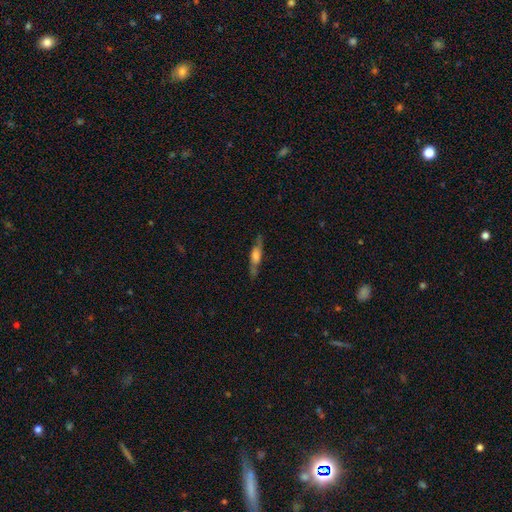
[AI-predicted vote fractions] featured or disk 56%, smooth 37%, star or artifact 7%. Down the decision tree: edge-on disk — yes (75%); merging — none (74%).